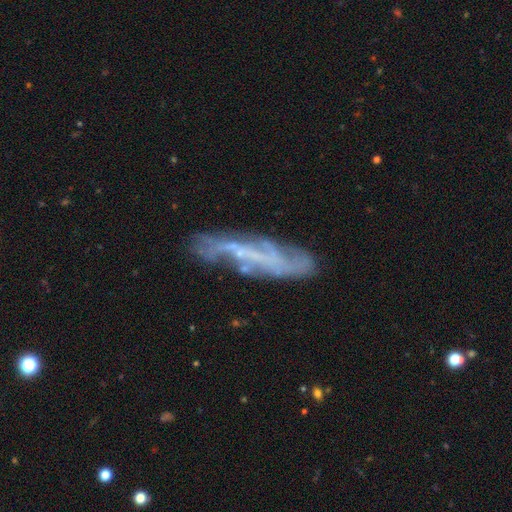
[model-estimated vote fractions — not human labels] This appears to be a featured or disk galaxy (71%). Merging: none (66%).